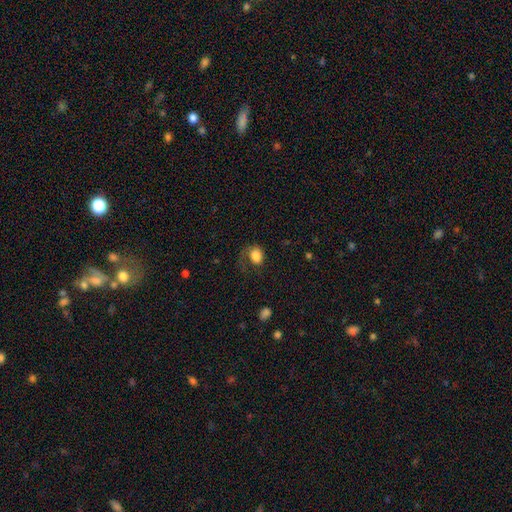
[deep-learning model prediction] Smooth or featured?
  - smooth: 78% *
  - featured or disk: 14%
  - star or artifact: 8%
How rounded?
  - in between: 64% *
  - round: 35%
  - cigar-shaped: 1%
Merging?
  - none: 43% *
  - major disturbance: 33%
  - minor disturbance: 23%
  - merger: 2%